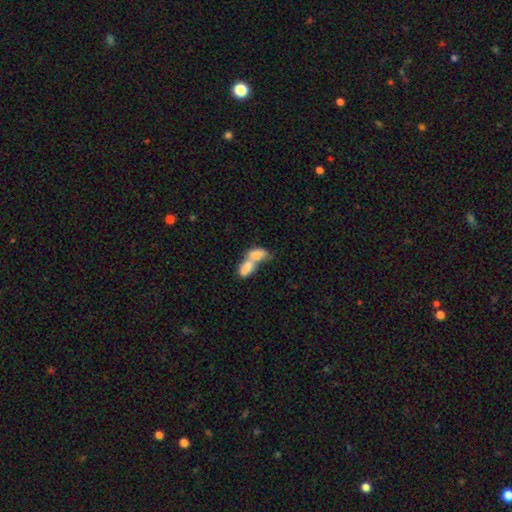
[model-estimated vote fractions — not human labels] The model was most divided on "smooth or featured": smooth: 77%, featured or disk: 16%, star or artifact: 7%. More confident: how rounded — in between (87%); merging — merger (80%).